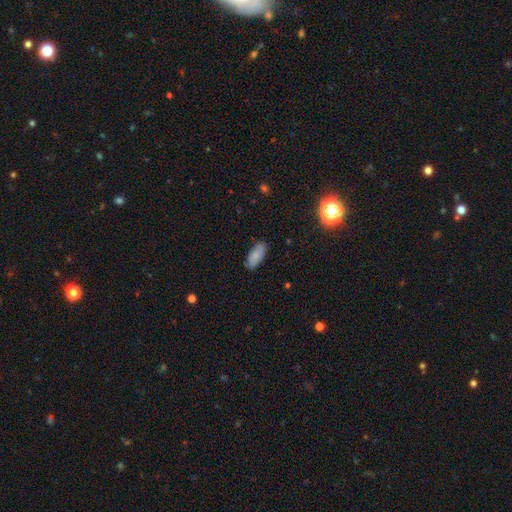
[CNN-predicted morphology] Q: Smooth or featured?
A: smooth (81%); runner-up: featured or disk (12%)
Q: How rounded?
A: in between (87%); runner-up: cigar-shaped (11%)
Q: Merging?
A: none (83%); runner-up: minor disturbance (14%)